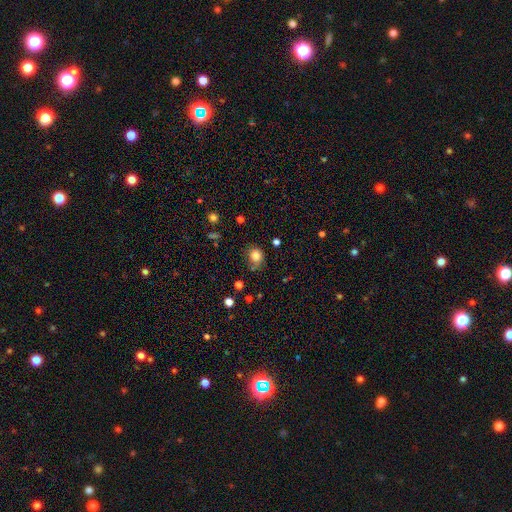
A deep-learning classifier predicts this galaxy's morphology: Smooth or featured? smooth (82%)
How rounded? round (72%)
Merging? none (65%)